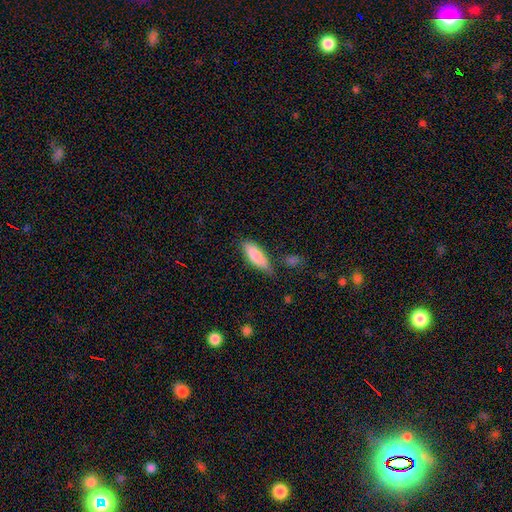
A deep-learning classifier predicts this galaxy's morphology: This appears to be a smooth galaxy with no disk features (84%) that is in between round and cigar-shaped (62%). Merging: none (70%).